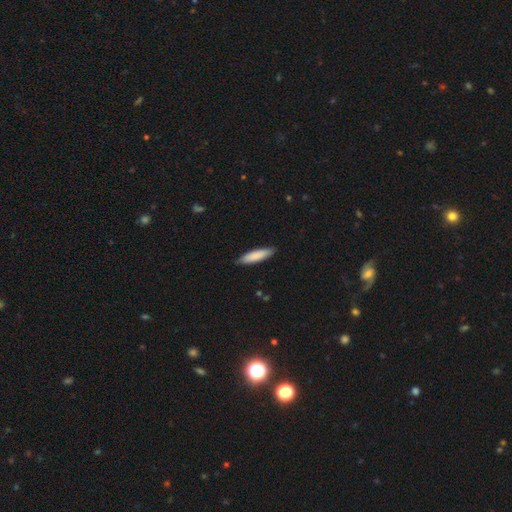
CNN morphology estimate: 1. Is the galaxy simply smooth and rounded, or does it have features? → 84% smooth, 11% featured or disk, 5% star or artifact.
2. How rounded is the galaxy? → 73% cigar-shaped, 25% in between, 1% round.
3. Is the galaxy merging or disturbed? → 86% none, 12% minor disturbance, 2% major disturbance, 1% merger.